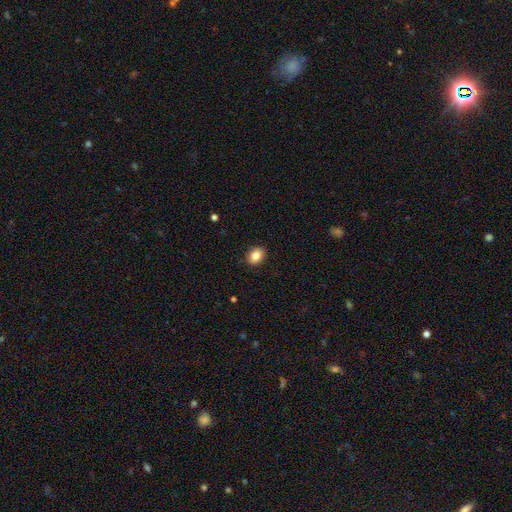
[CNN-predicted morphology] type=smooth (86%); roundness=in between (66%); merging=none (89%).